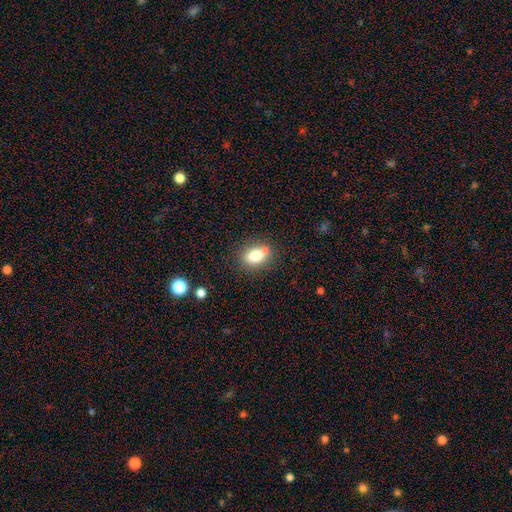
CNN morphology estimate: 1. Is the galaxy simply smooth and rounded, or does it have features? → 76% smooth, 14% featured or disk, 10% star or artifact.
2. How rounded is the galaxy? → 72% in between, 26% round, 2% cigar-shaped.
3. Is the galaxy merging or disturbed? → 67% none, 16% minor disturbance, 12% merger, 4% major disturbance.